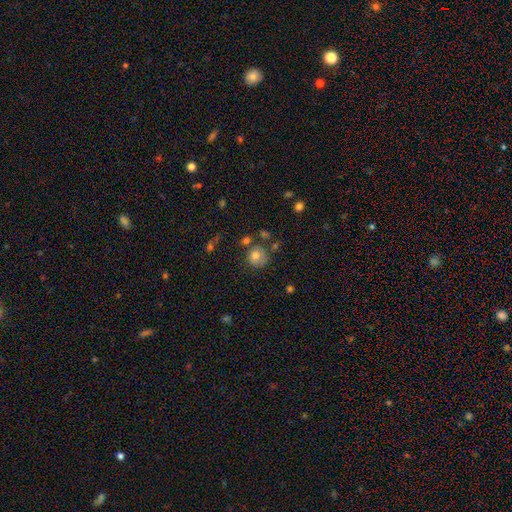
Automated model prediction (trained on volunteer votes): This appears to be a smooth galaxy with no disk features (74%) that is round (85%). Merging: none (64%).